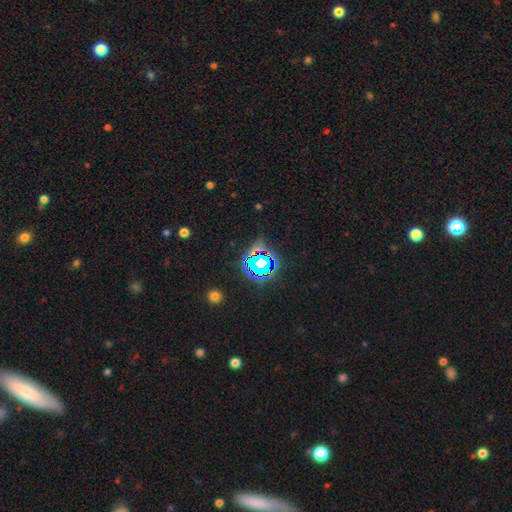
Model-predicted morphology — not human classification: This appears to be a star or artifact, not a galaxy (69%).